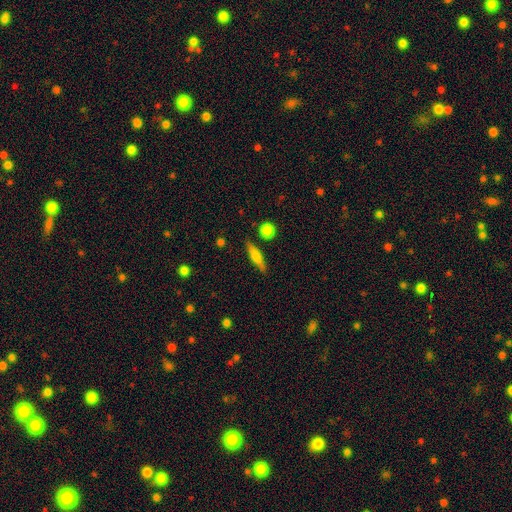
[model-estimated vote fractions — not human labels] Smooth or featured? smooth (59%)
How rounded? cigar-shaped (76%)
Merging? none (85%)